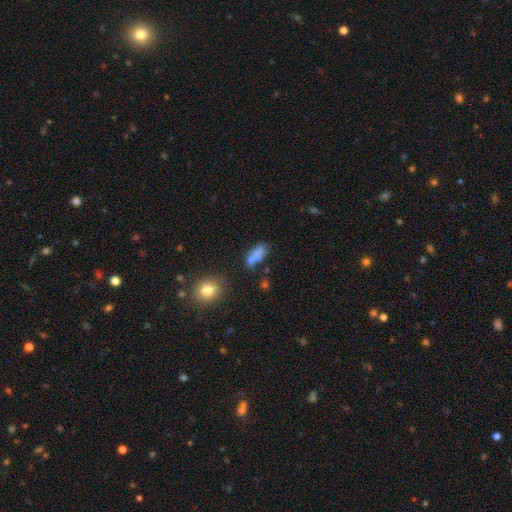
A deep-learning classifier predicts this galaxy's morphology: The model was most divided on "merging": none: 42%, minor disturbance: 22%, merger: 22%, major disturbance: 14%. More confident: how rounded — in between (77%); smooth or featured — smooth (71%).